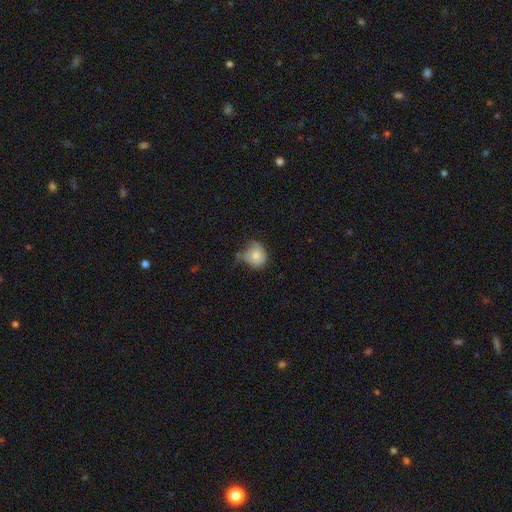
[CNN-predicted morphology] Smooth or featured? smooth (66%)
How rounded? round (74%)
Merging? none (44%)